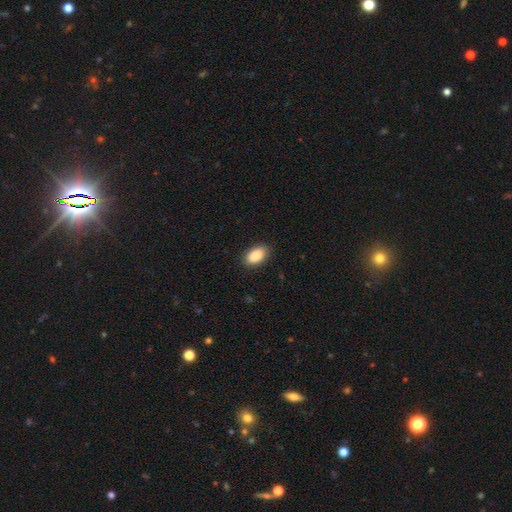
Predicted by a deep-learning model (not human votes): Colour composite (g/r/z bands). It shows a smooth galaxy with no disk features (90%) that is in between round and cigar-shaped (93%). Merging: none (88%).